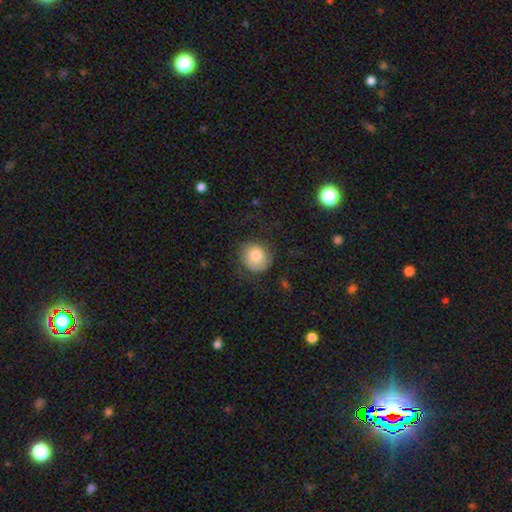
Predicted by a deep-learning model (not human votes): Smooth or featured?
  - smooth: 71% *
  - featured or disk: 21%
  - star or artifact: 8%
How rounded?
  - round: 78% *
  - in between: 21%
  - cigar-shaped: 1%
Merging?
  - none: 66% *
  - minor disturbance: 19%
  - major disturbance: 14%
  - merger: 1%